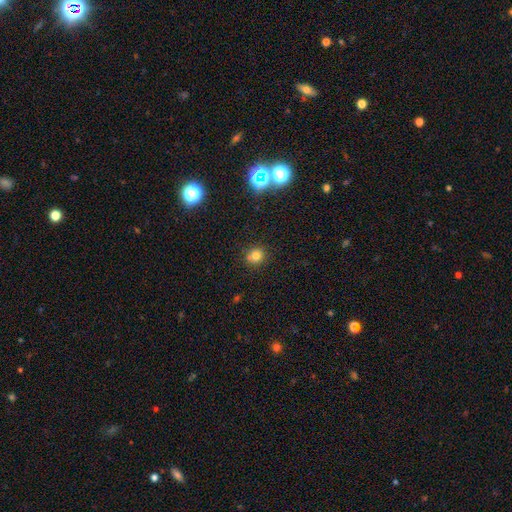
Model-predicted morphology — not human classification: The model was most divided on "smooth or featured": smooth: 76%, star or artifact: 17%, featured or disk: 8%. More confident: how rounded — round (86%); merging — none (76%).